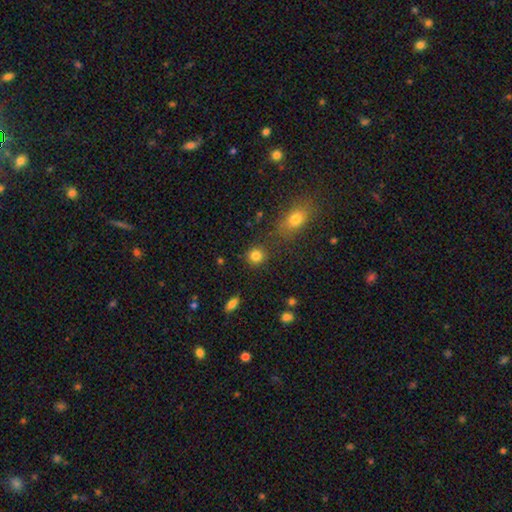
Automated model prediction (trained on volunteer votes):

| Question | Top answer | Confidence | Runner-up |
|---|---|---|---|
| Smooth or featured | smooth | 84% | star or artifact (11%) |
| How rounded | round | 90% | in between (9%) |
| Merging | none | 86% | minor disturbance (8%) |